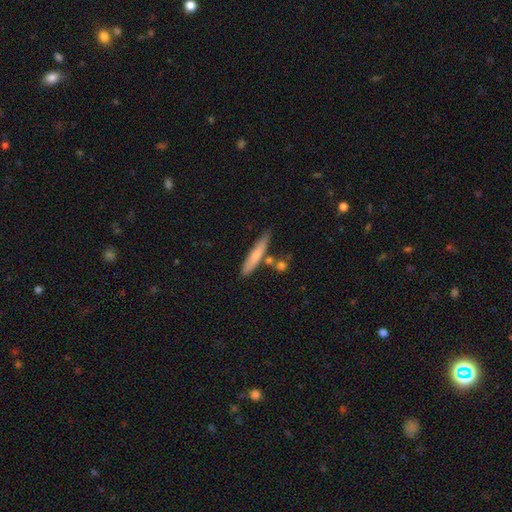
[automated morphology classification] This appears to be a smooth galaxy with no disk features (69%) that is cigar-shaped (88%). Merging: none (72%).